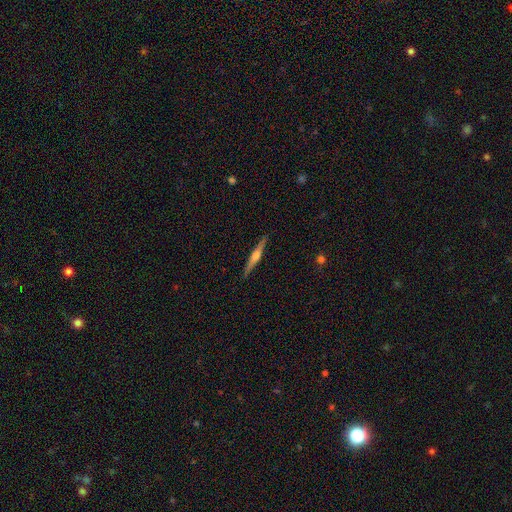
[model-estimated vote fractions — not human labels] Smooth or featured? Predicted: featured or disk (p=0.69). Edge-on disk? Predicted: yes (p=0.98). Edge-on bulge? Predicted: rounded (p=0.85). Merging? Predicted: none (p=0.90).